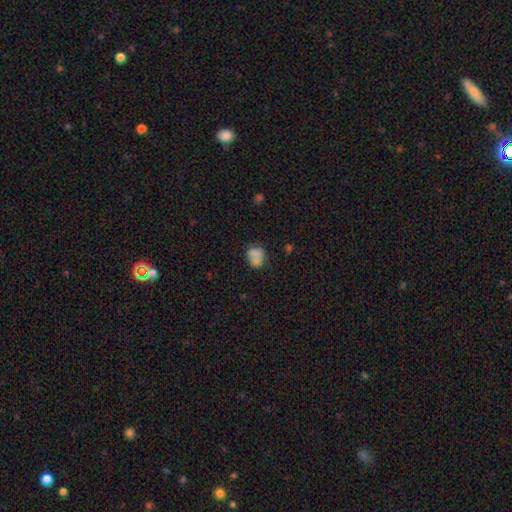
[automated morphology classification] Smooth or featured?
  - smooth: 72% *
  - featured or disk: 17%
  - star or artifact: 11%
How rounded?
  - round: 53% *
  - in between: 46%
  - cigar-shaped: 1%
Merging?
  - none: 43% *
  - merger: 29%
  - minor disturbance: 19%
  - major disturbance: 9%